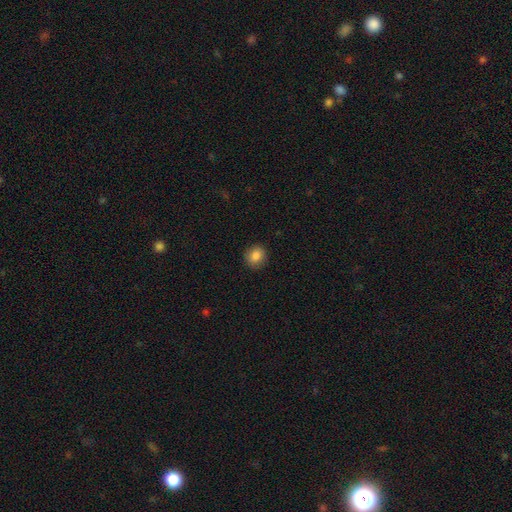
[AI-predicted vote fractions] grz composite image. It shows a smooth galaxy with no disk features (85%) that is round (78%). Merging: none (89%).